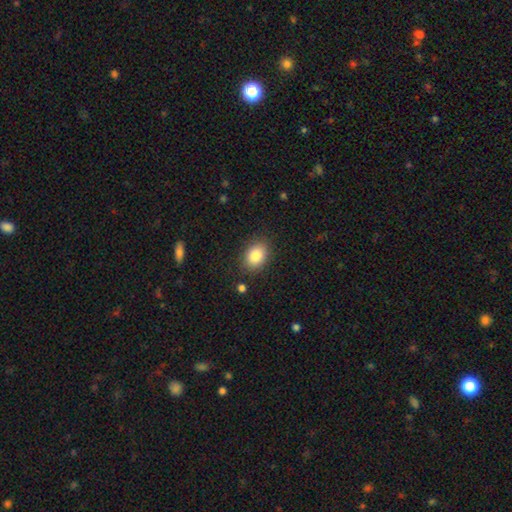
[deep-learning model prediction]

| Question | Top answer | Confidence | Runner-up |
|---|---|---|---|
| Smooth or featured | smooth | 85% | star or artifact (8%) |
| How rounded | in between | 70% | round (29%) |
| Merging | none | 84% | minor disturbance (11%) |